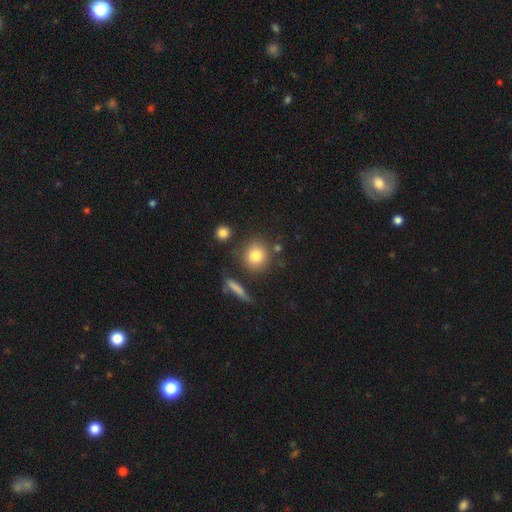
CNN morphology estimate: A smooth galaxy with no disk features (81%) that is round (84%).

Vote fractions:
- Smooth or featured? smooth: 81% / star or artifact: 10% / featured or disk: 9%
- How rounded? round: 84% / in between: 14% / cigar-shaped: 2%
- Merging? none: 76% / minor disturbance: 11% / merger: 9% / major disturbance: 4%